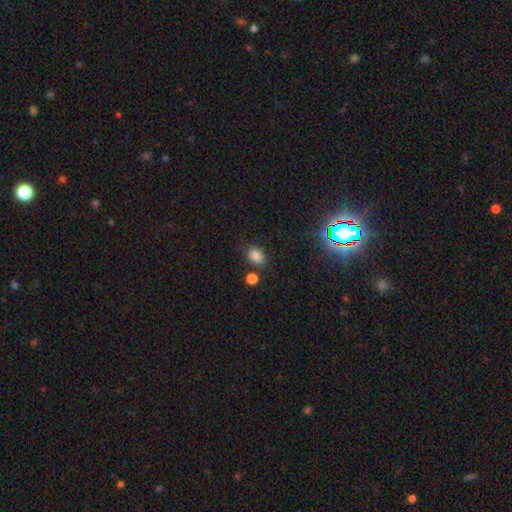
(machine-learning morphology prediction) The model was most divided on "how rounded": in between: 60%, round: 39%, cigar-shaped: 1%. More confident: smooth or featured — smooth (80%); merging — none (74%).